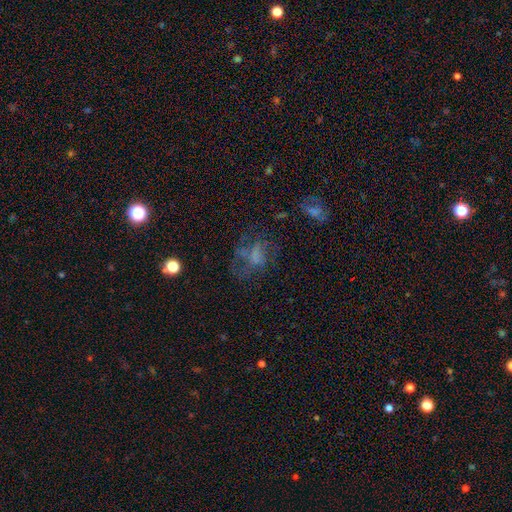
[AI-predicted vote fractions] Smooth or featured? Predicted: featured or disk (p=0.40). Merging? Predicted: none (p=0.44).